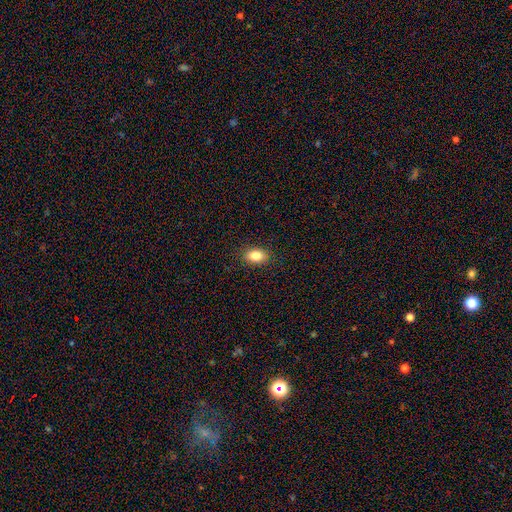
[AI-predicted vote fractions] The model was most divided on "how rounded": in between: 83%, round: 16%, cigar-shaped: 1%. More confident: merging — none (89%); smooth or featured — smooth (84%).